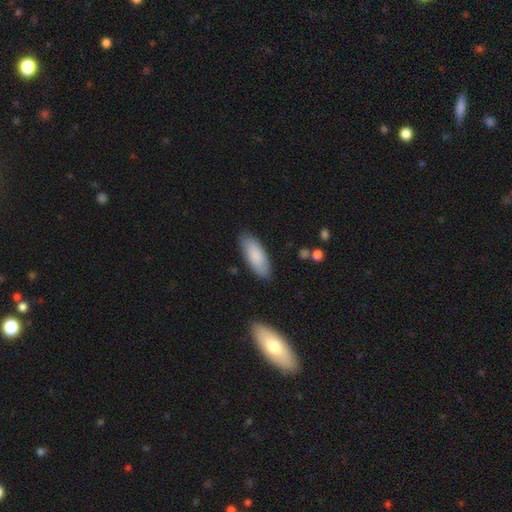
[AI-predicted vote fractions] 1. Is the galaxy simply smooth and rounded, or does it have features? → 85% smooth, 9% featured or disk, 5% star or artifact.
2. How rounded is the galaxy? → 73% in between, 25% cigar-shaped, 2% round.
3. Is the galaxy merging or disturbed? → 86% none, 10% minor disturbance, 2% major disturbance, 2% merger.